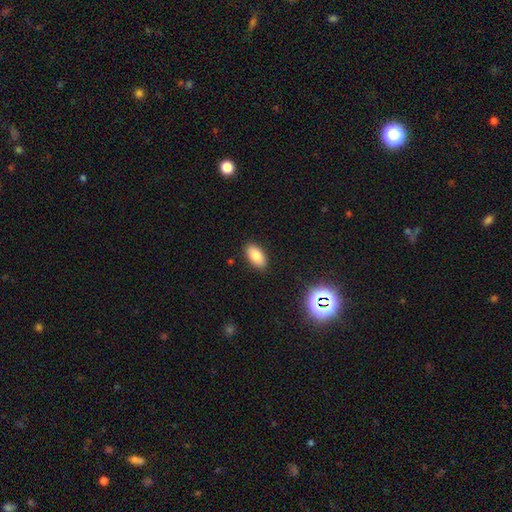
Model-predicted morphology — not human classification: Smooth or featured? Predicted: smooth (p=0.82). How rounded? Predicted: in between (p=0.92). Merging? Predicted: none (p=0.88).